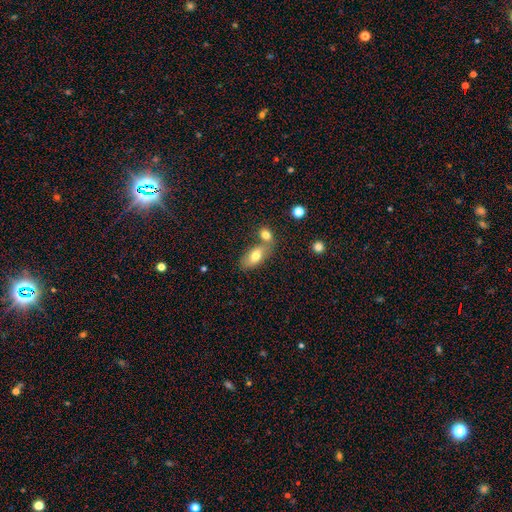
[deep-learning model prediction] This appears to be a smooth galaxy with no disk features (73%) that is in between round and cigar-shaped (87%). Merging: none (48%).